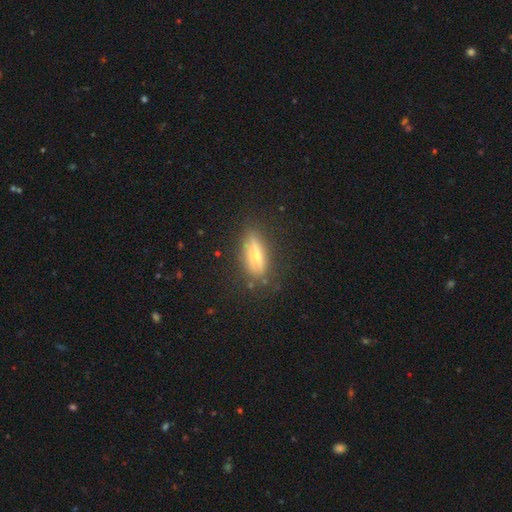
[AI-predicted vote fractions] A featured or disk galaxy (50%) viewed edge-on (79%). Merging: none (77%).